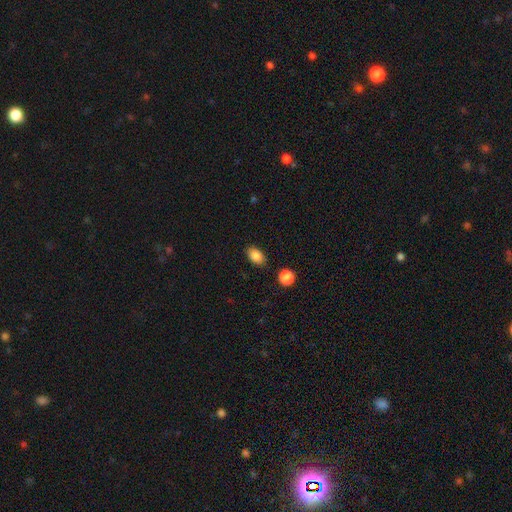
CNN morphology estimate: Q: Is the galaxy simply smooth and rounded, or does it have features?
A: smooth — 86%.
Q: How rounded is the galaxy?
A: in between — 85%.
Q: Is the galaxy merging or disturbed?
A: none — 84%.